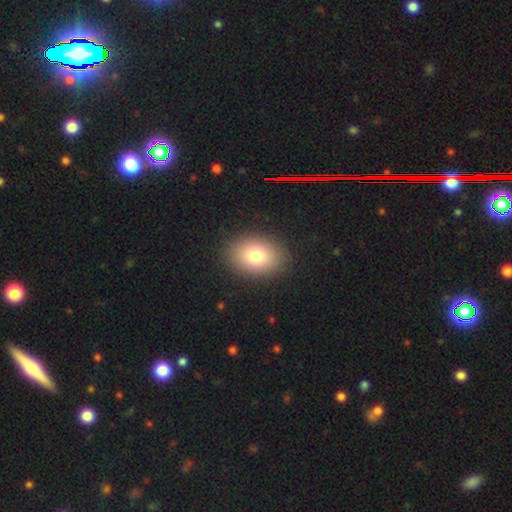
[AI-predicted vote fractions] A smooth galaxy with no disk features (79%) that is in between round and cigar-shaped (73%).

Vote fractions:
- Smooth or featured? smooth: 79% / featured or disk: 11% / star or artifact: 10%
- How rounded? in between: 73% / round: 26% / cigar-shaped: 1%
- Merging? none: 89% / minor disturbance: 7% / major disturbance: 3% / merger: 1%